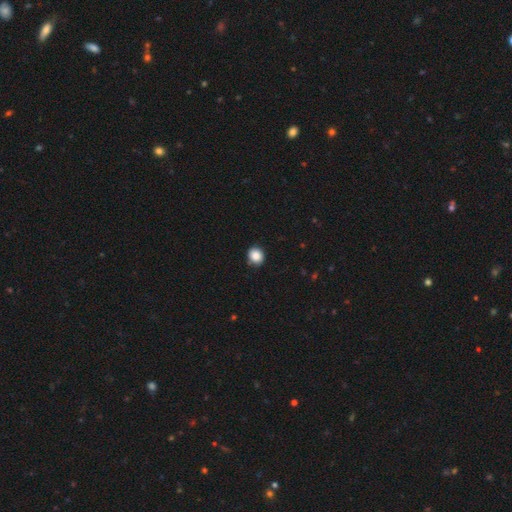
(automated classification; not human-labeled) This is clearly a smooth galaxy (87%). How rounded: clearly round (81%). Merging: clearly none (88%).